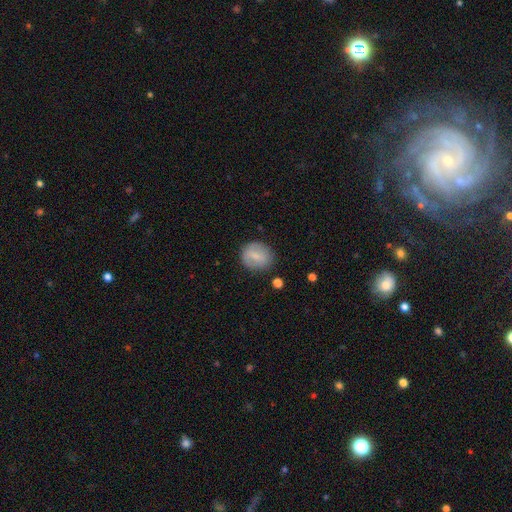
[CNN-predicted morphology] Smooth or featured?
  - smooth: 71% *
  - featured or disk: 22%
  - star or artifact: 7%
How rounded?
  - round: 74% *
  - in between: 25%
  - cigar-shaped: 1%
Merging?
  - none: 80% *
  - minor disturbance: 14%
  - major disturbance: 4%
  - merger: 2%